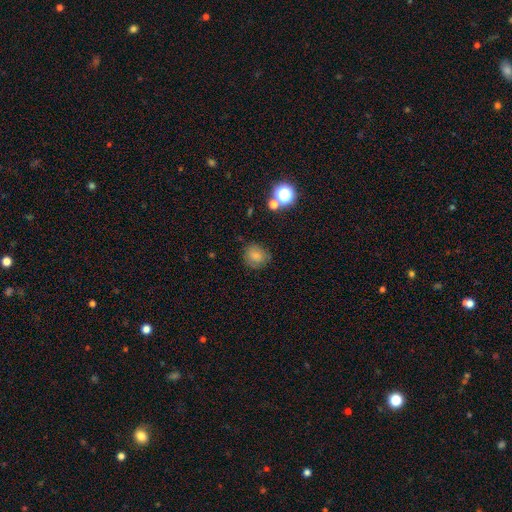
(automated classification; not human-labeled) The model was most divided on "merging": none: 77%, minor disturbance: 16%, major disturbance: 5%, merger: 3%. More confident: how rounded — round (81%); smooth or featured — smooth (78%).